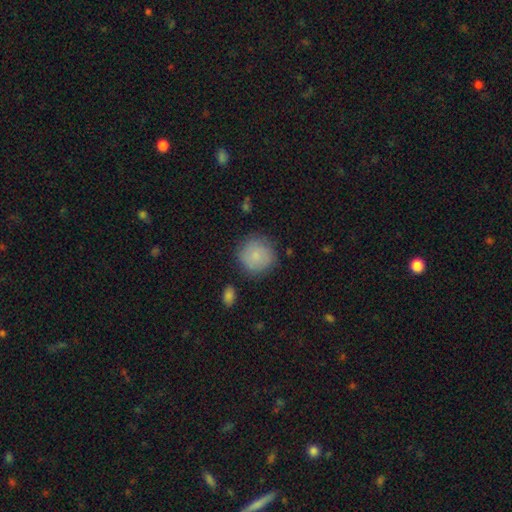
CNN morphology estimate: Smooth or featured?
  - smooth: 78% *
  - featured or disk: 15%
  - star or artifact: 7%
How rounded?
  - round: 92% *
  - in between: 7%
  - cigar-shaped: 1%
Merging?
  - none: 80% *
  - minor disturbance: 14%
  - major disturbance: 4%
  - merger: 2%